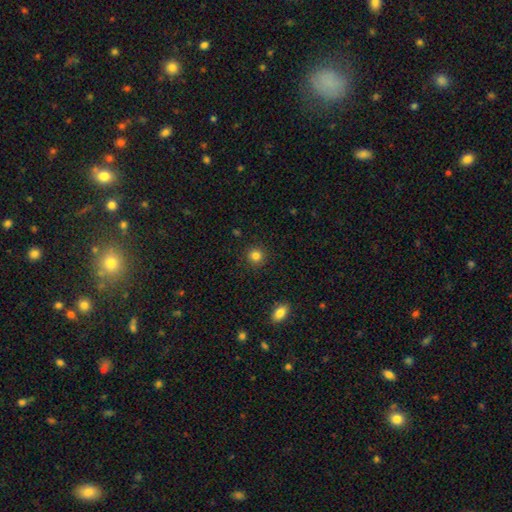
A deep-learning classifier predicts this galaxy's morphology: A smooth galaxy with no disk features (83%) that is round (92%). Merging: none (91%).